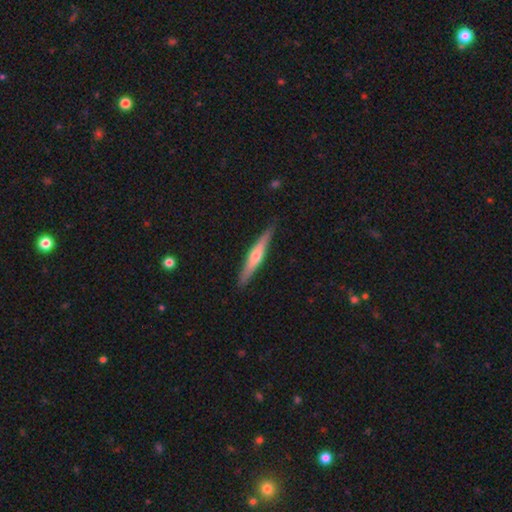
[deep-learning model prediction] This appears to be a featured or disk galaxy (60%) viewed edge-on (97%) with a rounded central bulge (81%). Merging: none (88%).